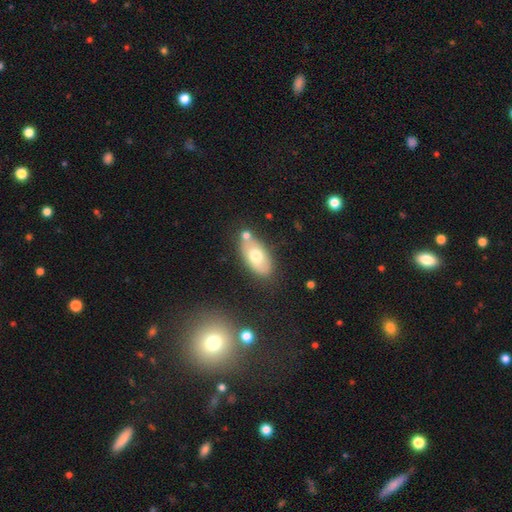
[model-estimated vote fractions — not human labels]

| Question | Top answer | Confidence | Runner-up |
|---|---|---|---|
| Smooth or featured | smooth | 66% | featured or disk (26%) |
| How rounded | in between | 90% | round (5%) |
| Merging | none | 66% | minor disturbance (16%) |